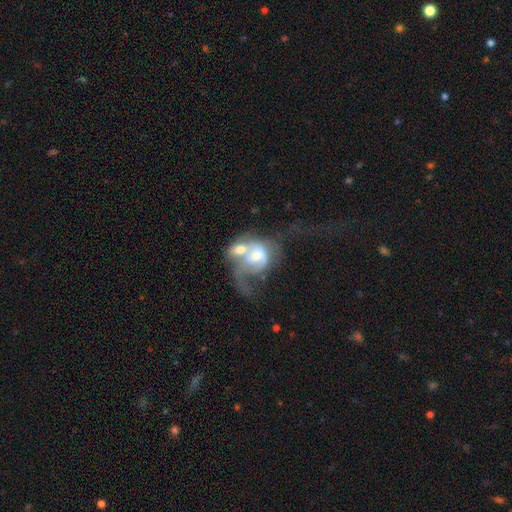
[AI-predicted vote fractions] smooth-or-featured: featured or disk: 57% | smooth: 36% | star or artifact: 8%
  disk-edge-on: no: 96% | yes: 4%
    bar: no: 67% | weak: 27% | strong: 7%
    has-spiral-arms: yes: 59% | no: 41%
    bulge-size: moderate: 53% | small: 25% | large: 13% | none: 6% | dominant: 3%
  merging: merger: 67% | major disturbance: 19% | none: 8% | minor disturbance: 6%